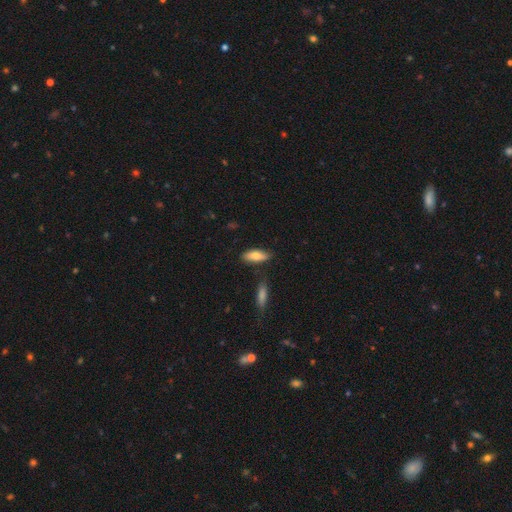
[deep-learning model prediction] Smooth or featured? Predicted: smooth (p=0.77). How rounded? Predicted: in between (p=0.69). Merging? Predicted: none (p=0.76).